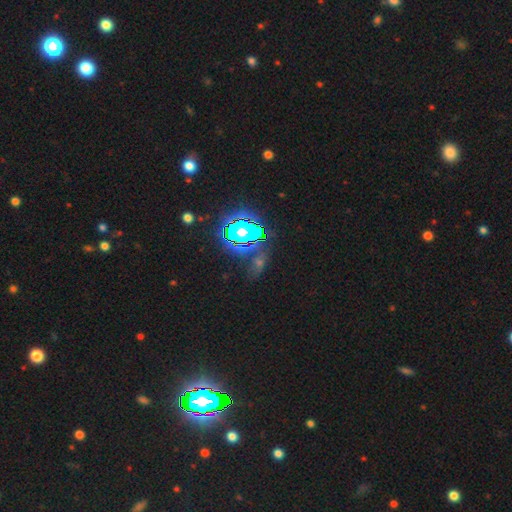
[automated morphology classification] smooth_or_featured: star or artifact (p=0.81) [alt: smooth p=0.11]